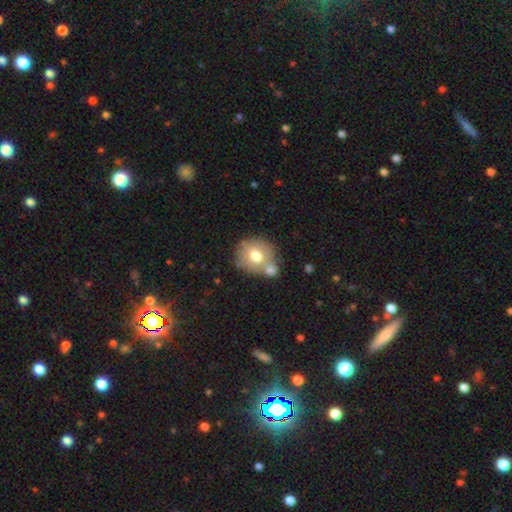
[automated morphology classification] smooth-or-featured: smooth: 69% | featured or disk: 22% | star or artifact: 9%
  how-rounded: round: 83% | in between: 16% | cigar-shaped: 1%
  merging: none: 48% | merger: 35% | minor disturbance: 12% | major disturbance: 4%